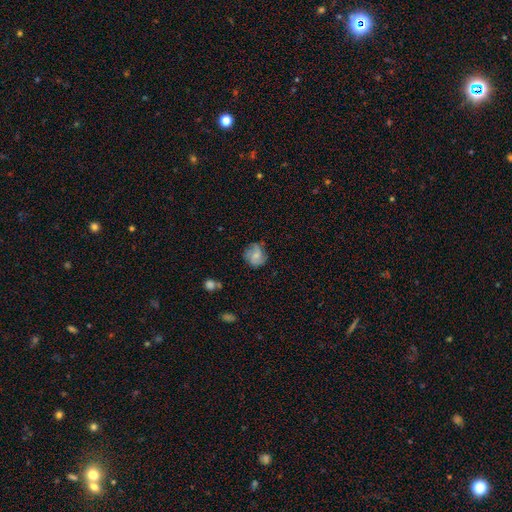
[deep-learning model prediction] Q: Smooth or featured?
A: smooth (50%); runner-up: featured or disk (41%)
Q: Merging?
A: none (67%); runner-up: minor disturbance (23%)